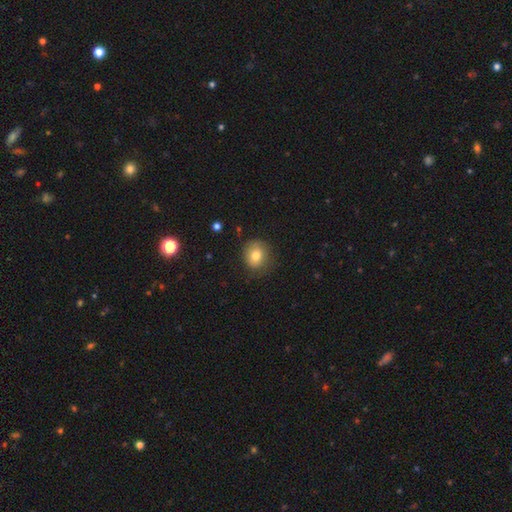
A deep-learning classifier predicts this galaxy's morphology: Overall: smooth (78%). How rounded: round (78%). Merging: none (76%).